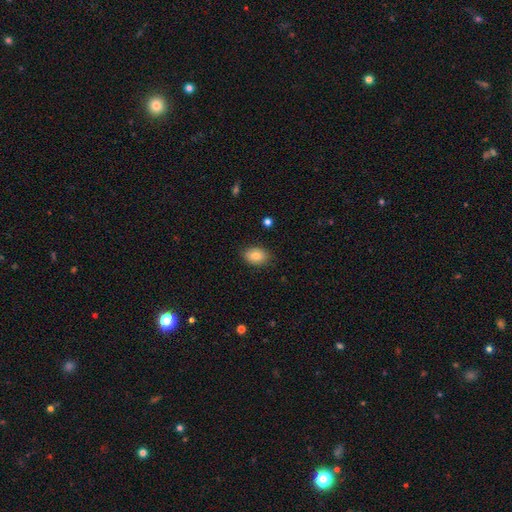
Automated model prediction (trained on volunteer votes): smooth 82%, featured or disk 9%, star or artifact 8%. Down the decision tree: how rounded — in between (77%); merging — none (86%).